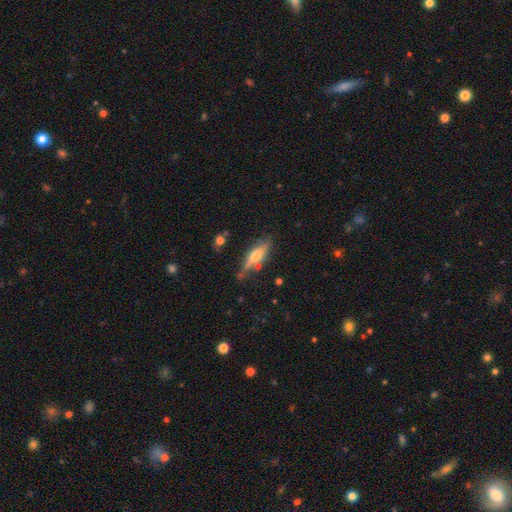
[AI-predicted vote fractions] This appears to be a featured or disk galaxy (57%) viewed edge-on (90%) with a rounded central bulge (87%). Merging: none (68%).